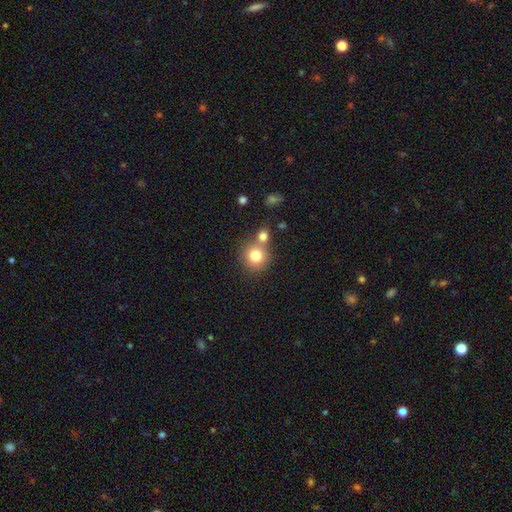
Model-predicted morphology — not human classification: Smooth or featured: smooth — 79% (star or artifact — 11%)
How rounded: round — 89% (in between — 10%)
Merging: none — 58% (merger — 30%)